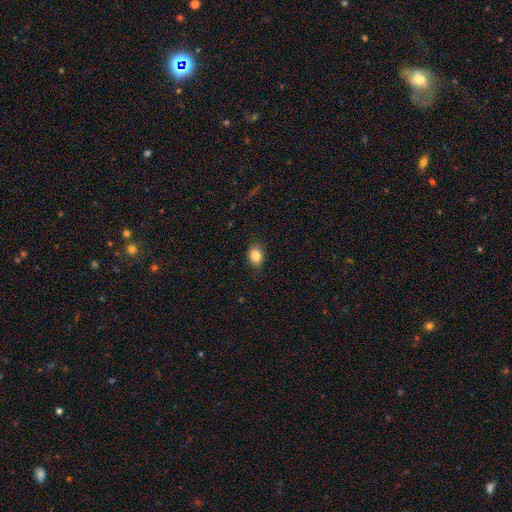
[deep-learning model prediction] smooth 84%, star or artifact 10%, featured or disk 6%. Down the decision tree: how rounded — in between (56%); merging — none (84%).